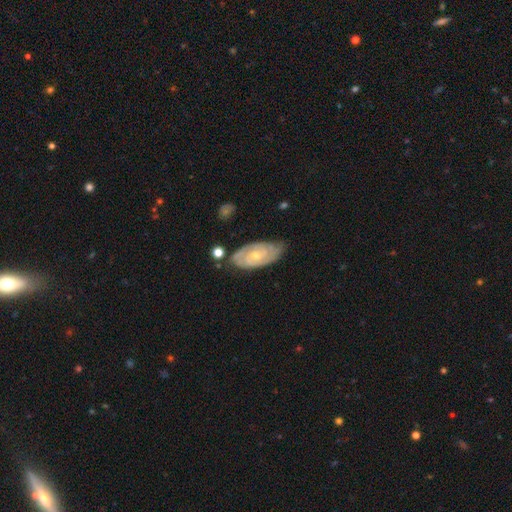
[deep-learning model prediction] smooth_or_featured: featured or disk (p=0.82) [alt: smooth p=0.13]
disk_edge_on: no (p=0.94) [alt: yes p=0.06]
bar: no (p=0.69) [alt: weak p=0.25]
has_spiral_arms: yes (p=0.94) [alt: no p=0.06]
spiral_winding: tight (p=0.73) [alt: medium p=0.22]
spiral_arm_count: 2 (p=0.57) [alt: can't tell p=0.23]
bulge_size: small (p=0.58) [alt: moderate p=0.39]
merging: none (p=0.73) [alt: minor disturbance p=0.20]